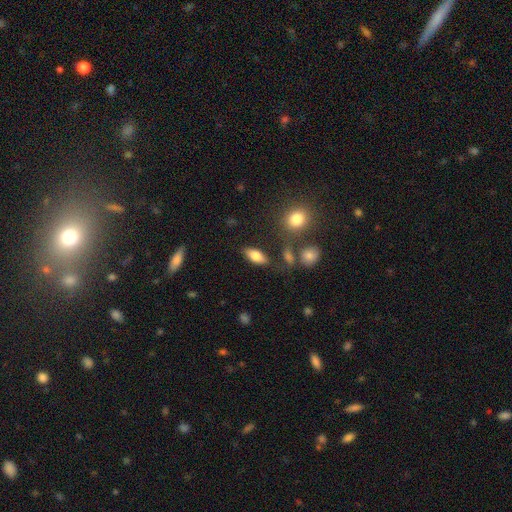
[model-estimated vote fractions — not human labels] Smooth or featured? smooth (78%)
How rounded? in between (85%)
Merging? none (78%)